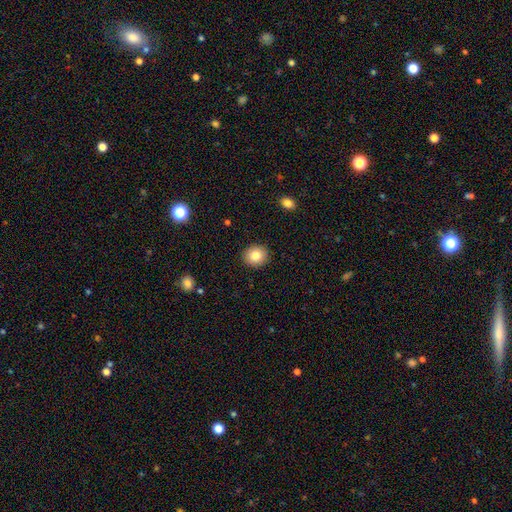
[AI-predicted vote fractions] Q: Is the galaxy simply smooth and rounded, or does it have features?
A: smooth — 82%.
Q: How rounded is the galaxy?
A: round — 82%.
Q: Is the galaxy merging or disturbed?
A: none — 91%.